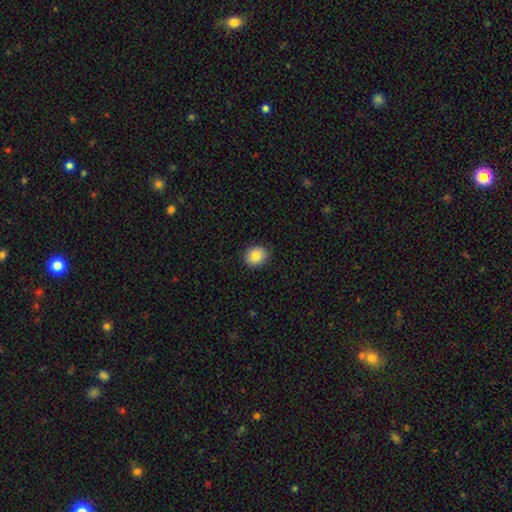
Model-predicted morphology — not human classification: Overall: smooth (85%). How rounded: round (64%; in between 35%). Merging: none (89%).